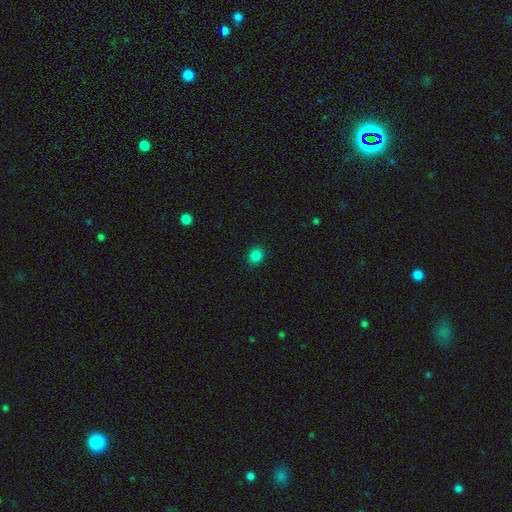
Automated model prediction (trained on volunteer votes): The model was most divided on "how rounded": round: 78%, in between: 21%, cigar-shaped: 1%. More confident: merging — none (91%); smooth or featured — smooth (83%).